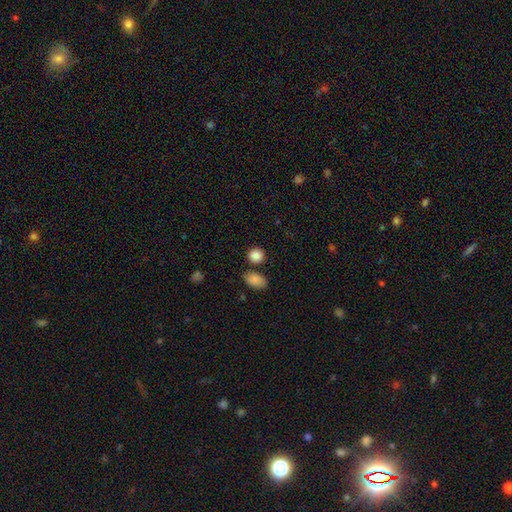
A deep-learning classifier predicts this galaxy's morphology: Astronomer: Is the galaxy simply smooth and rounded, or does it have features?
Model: smooth — 87%.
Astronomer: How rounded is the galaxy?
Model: round — 78%.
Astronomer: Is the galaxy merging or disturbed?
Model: none — 76%.